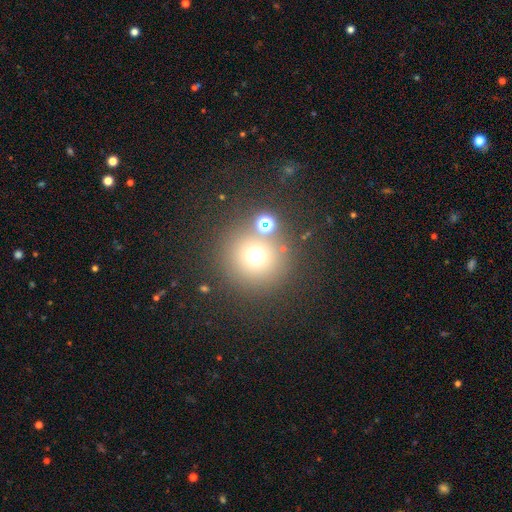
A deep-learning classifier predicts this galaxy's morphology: smooth 67%, star or artifact 24%, featured or disk 10%. Down the decision tree: how rounded — round (95%); merging — none (78%).